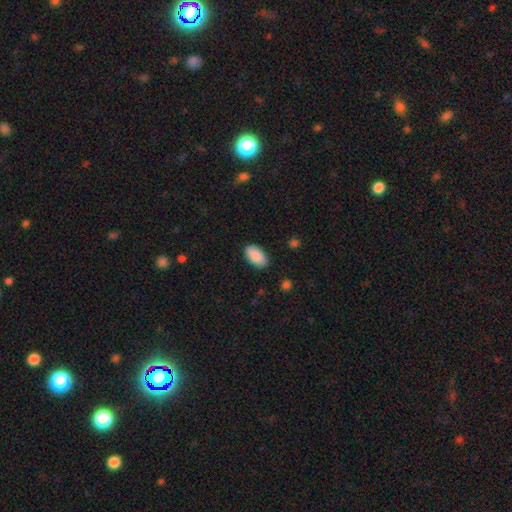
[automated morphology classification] smooth-or-featured: smooth: 90% | star or artifact: 6% | featured or disk: 4%
  how-rounded: in between: 95% | round: 3% | cigar-shaped: 2%
  merging: none: 87% | minor disturbance: 10% | major disturbance: 2% | merger: 1%